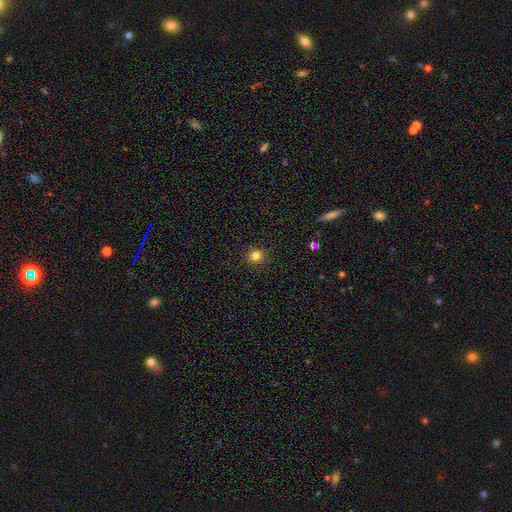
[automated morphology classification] smooth-or-featured: smooth: 83% | star or artifact: 13% | featured or disk: 4%
  how-rounded: round: 91% | in between: 9% | cigar-shaped: 1%
  merging: none: 91% | minor disturbance: 6% | major disturbance: 2% | merger: 1%